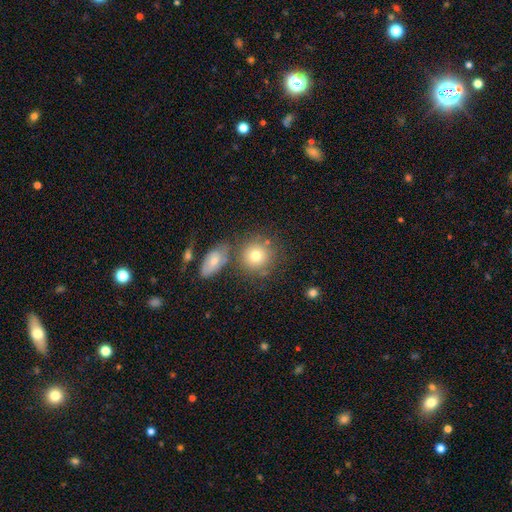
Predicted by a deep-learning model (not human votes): smooth 76%, featured or disk 14%, star or artifact 10%. Down the decision tree: how rounded — round (87%); merging — none (66%).